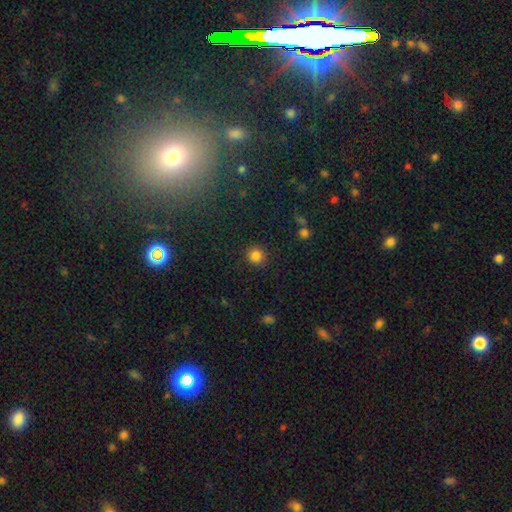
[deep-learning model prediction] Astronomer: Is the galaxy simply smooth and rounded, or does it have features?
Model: smooth — 84%.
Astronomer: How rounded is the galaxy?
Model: round — 93%.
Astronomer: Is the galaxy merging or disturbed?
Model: none — 89%.